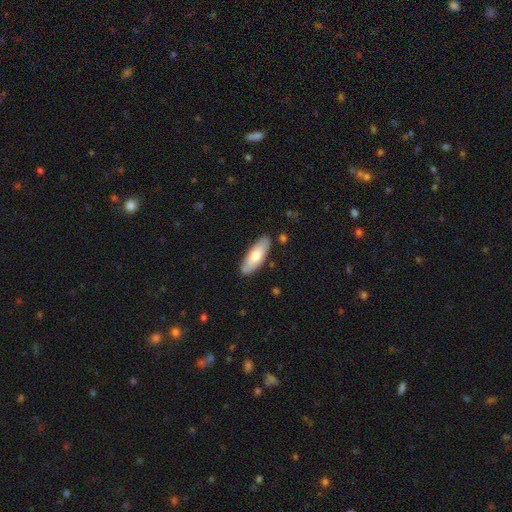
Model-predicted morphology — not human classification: smooth 71%, featured or disk 24%, star or artifact 5%. Down the decision tree: how rounded — in between (62%); merging — none (85%).